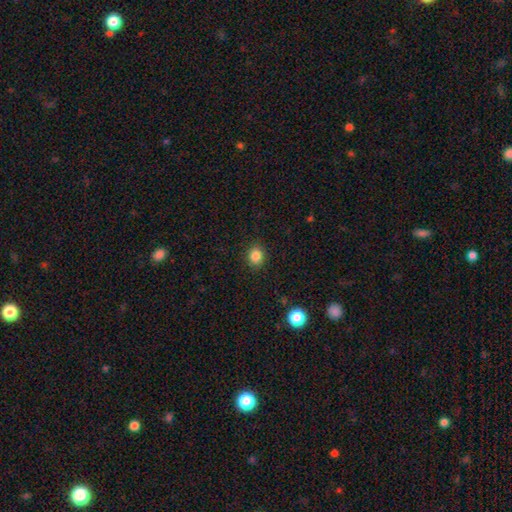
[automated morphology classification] Smooth or featured?
  - smooth: 84% *
  - star or artifact: 11%
  - featured or disk: 5%
How rounded?
  - round: 70% *
  - in between: 29%
  - cigar-shaped: 1%
Merging?
  - none: 89% *
  - minor disturbance: 7%
  - major disturbance: 2%
  - merger: 1%